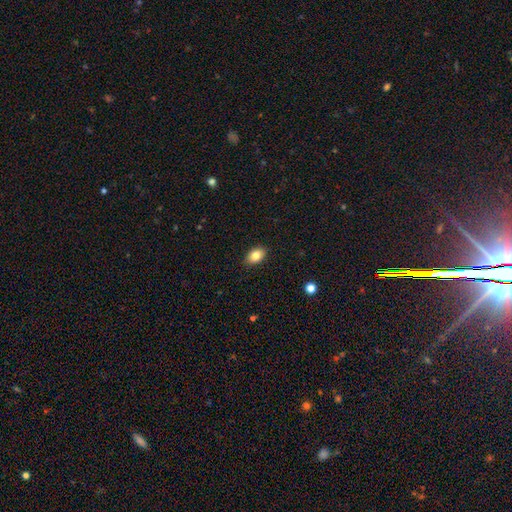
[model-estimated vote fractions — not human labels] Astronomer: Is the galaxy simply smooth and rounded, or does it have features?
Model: smooth — 83%.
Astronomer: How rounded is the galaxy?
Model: in between — 87%.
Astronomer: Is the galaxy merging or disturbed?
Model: none — 88%.